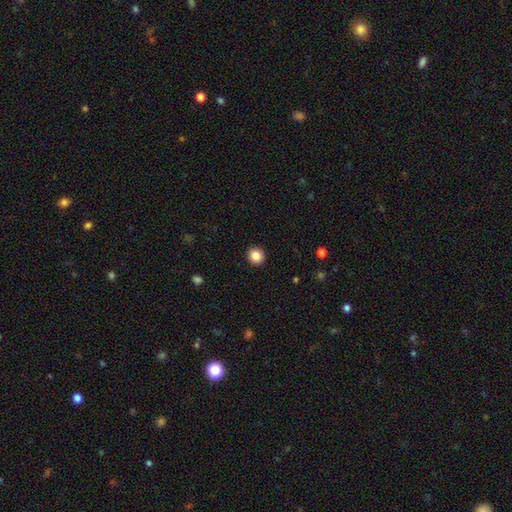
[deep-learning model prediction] smooth 86%, star or artifact 10%, featured or disk 4%. Down the decision tree: how rounded — round (90%); merging — none (93%).